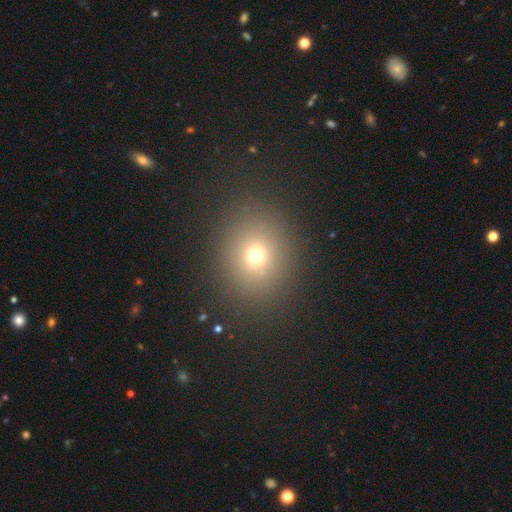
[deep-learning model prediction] Smooth or featured?
  - smooth: 69% *
  - star or artifact: 20%
  - featured or disk: 10%
How rounded?
  - round: 73% *
  - in between: 26%
  - cigar-shaped: 1%
Merging?
  - none: 87% *
  - minor disturbance: 7%
  - major disturbance: 4%
  - merger: 1%